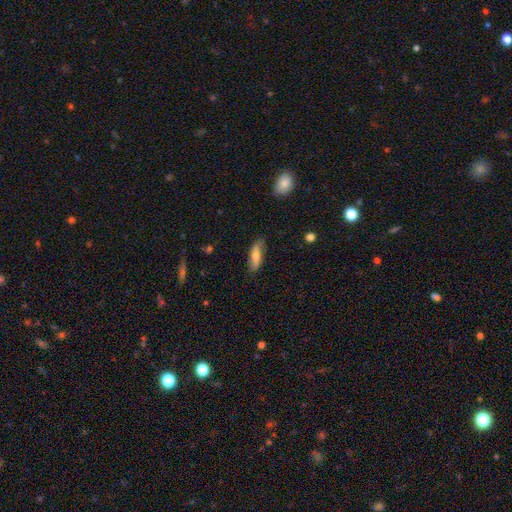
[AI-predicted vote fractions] Smooth or featured?
  - smooth: 66% *
  - featured or disk: 28%
  - star or artifact: 7%
How rounded?
  - in between: 55% *
  - cigar-shaped: 43%
  - round: 3%
Merging?
  - none: 77% *
  - minor disturbance: 18%
  - major disturbance: 4%
  - merger: 1%